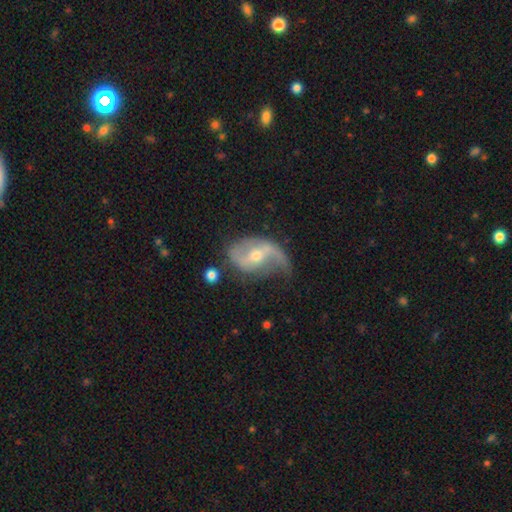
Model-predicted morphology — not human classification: smooth-or-featured: featured or disk: 84% | smooth: 10% | star or artifact: 7%
  disk-edge-on: no: 96% | yes: 4%
    bar: weak: 43% | no: 34% | strong: 23%
    has-spiral-arms: yes: 93% | no: 7%
      spiral-winding: loose: 62% | medium: 28% | tight: 10%
      spiral-arm-count: 2: 79% | 1: 13% | can't tell: 5% | 3: 1% | 4: 1% | more than 4: 1%
    bulge-size: moderate: 54% | small: 42% | large: 2% | none: 1% | dominant: 1%
  merging: none: 54% | minor disturbance: 27% | major disturbance: 16% | merger: 3%